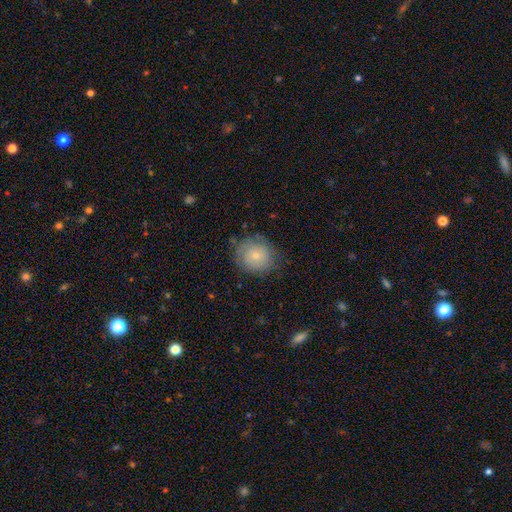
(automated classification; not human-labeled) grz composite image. It shows a smooth galaxy with no disk features (73%) that is round (83%). Merging: none (73%).